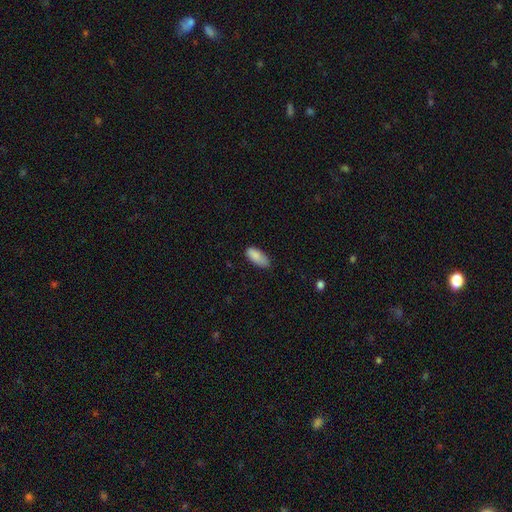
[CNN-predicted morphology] Smooth or featured? smooth (88%)
How rounded? in between (87%)
Merging? none (68%)